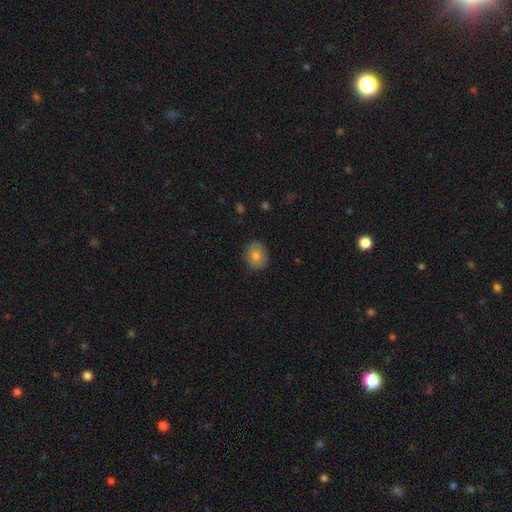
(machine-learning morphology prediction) Smooth or featured: smooth — 76% (featured or disk — 16%)
How rounded: round — 62% (in between — 37%)
Merging: none — 84% (minor disturbance — 12%)